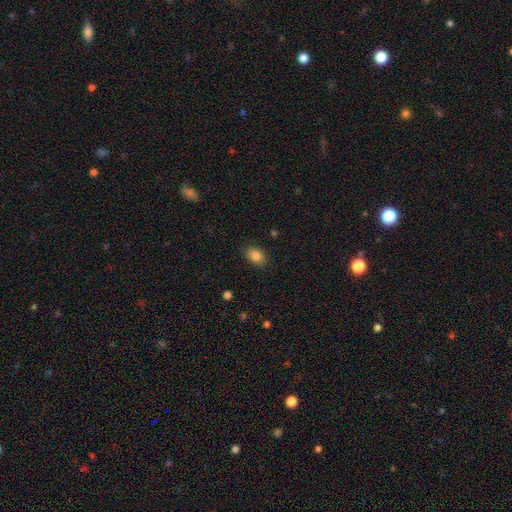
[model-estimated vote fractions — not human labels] Smooth or featured?
  - smooth: 85% *
  - star or artifact: 9%
  - featured or disk: 6%
How rounded?
  - in between: 75% *
  - round: 24%
  - cigar-shaped: 1%
Merging?
  - none: 87% *
  - minor disturbance: 10%
  - major disturbance: 2%
  - merger: 1%